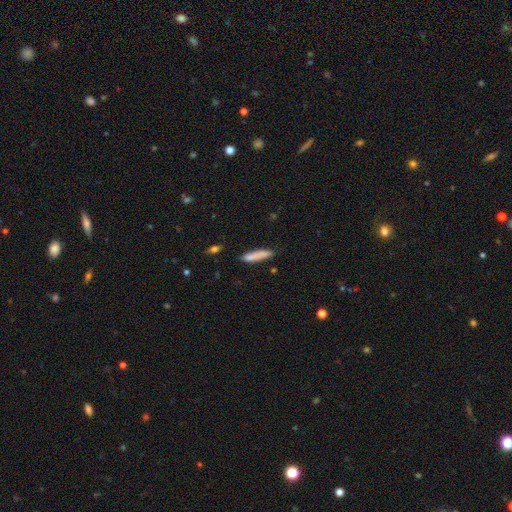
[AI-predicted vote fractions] Smooth or featured? smooth (81%)
How rounded? cigar-shaped (86%)
Merging? none (78%)